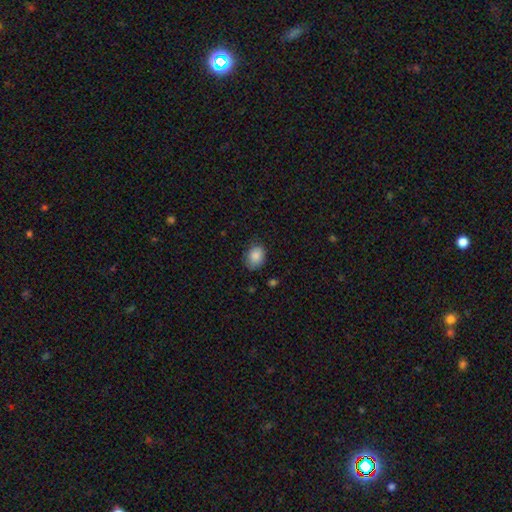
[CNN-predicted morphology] Smooth or featured?
  - smooth: 88% *
  - star or artifact: 8%
  - featured or disk: 4%
How rounded?
  - in between: 66% *
  - round: 33%
  - cigar-shaped: 1%
Merging?
  - none: 75% *
  - minor disturbance: 20%
  - major disturbance: 4%
  - merger: 1%